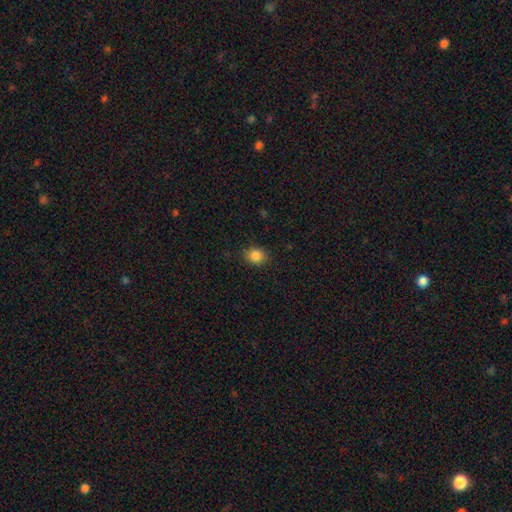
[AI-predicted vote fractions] This is clearly a smooth galaxy (85%). How rounded: likely round (62%). Merging: clearly none (88%).